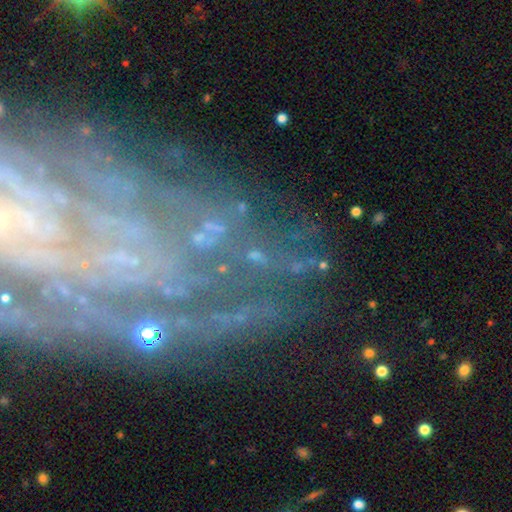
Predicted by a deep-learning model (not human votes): Smooth or featured? star or artifact (46%)